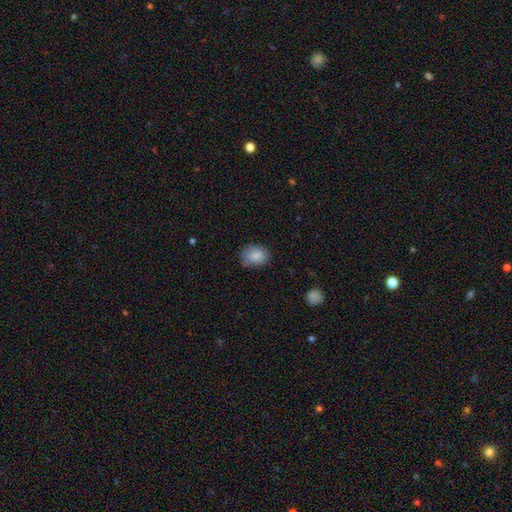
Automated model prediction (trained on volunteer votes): Smooth or featured? Predicted: smooth (p=0.86). How rounded? Predicted: in between (p=0.64). Merging? Predicted: none (p=0.74).